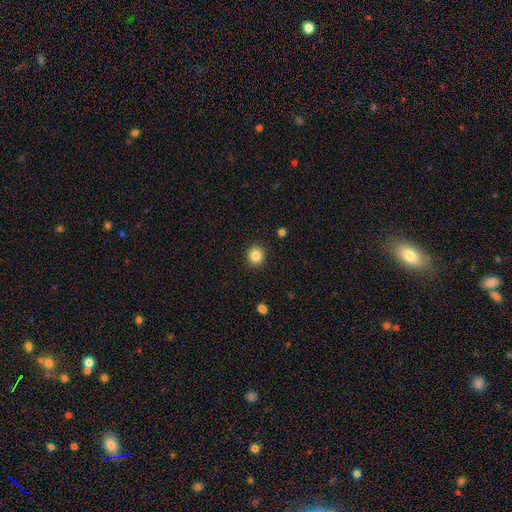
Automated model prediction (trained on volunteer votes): The model was most divided on "smooth or featured": smooth: 85%, star or artifact: 10%, featured or disk: 4%. More confident: merging — none (92%); how rounded — round (89%).